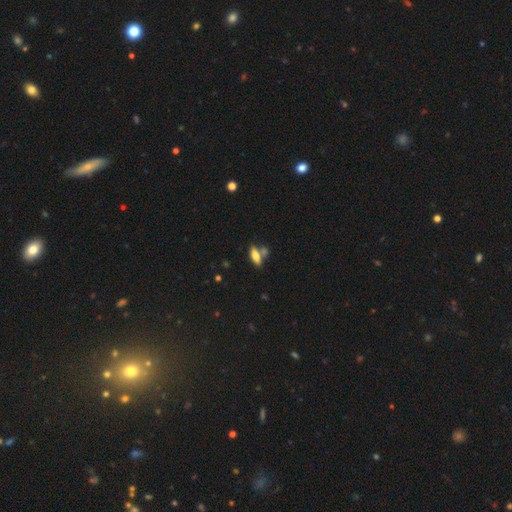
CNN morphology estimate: Smooth or featured?
  - smooth: 70% *
  - featured or disk: 22%
  - star or artifact: 9%
How rounded?
  - in between: 68% *
  - cigar-shaped: 28%
  - round: 3%
Merging?
  - none: 60% *
  - merger: 24%
  - minor disturbance: 12%
  - major disturbance: 4%